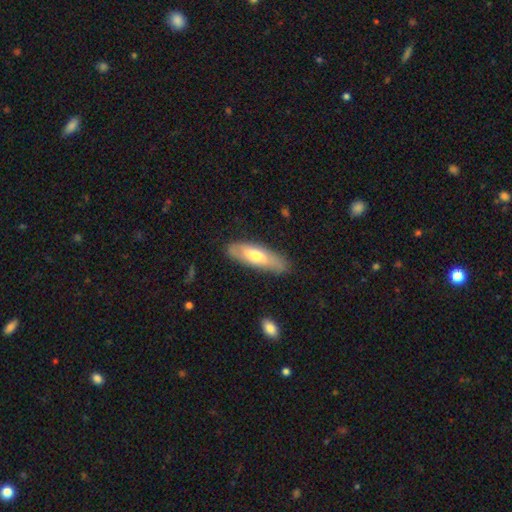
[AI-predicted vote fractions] This is possibly a smooth galaxy (55%). How rounded: possibly in between (56%). Merging: likely none (80%).